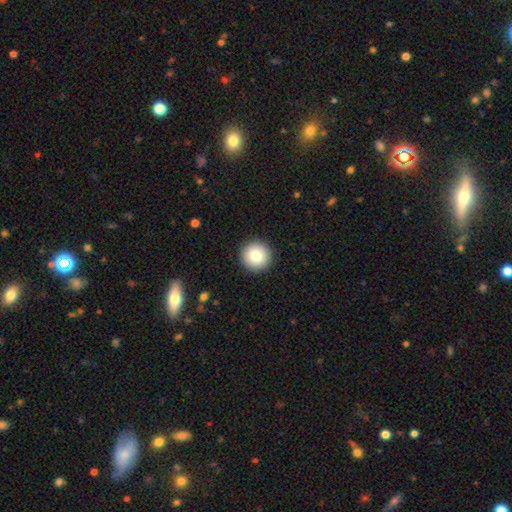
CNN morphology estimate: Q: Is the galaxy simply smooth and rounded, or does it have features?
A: smooth — 80%.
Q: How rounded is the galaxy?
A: round — 96%.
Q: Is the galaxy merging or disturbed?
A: none — 93%.